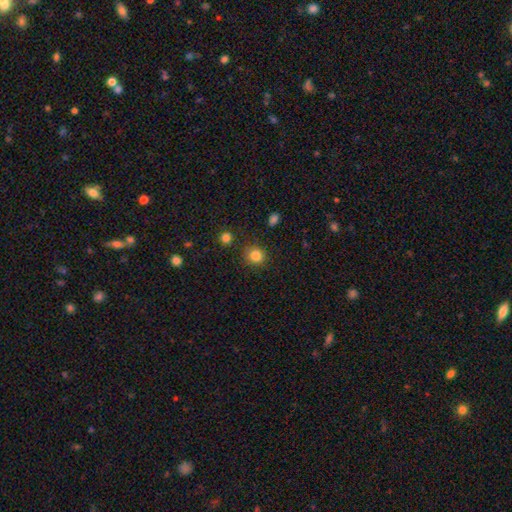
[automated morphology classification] Smooth or featured? Predicted: smooth (p=0.84). How rounded? Predicted: round (p=0.88). Merging? Predicted: none (p=0.87).